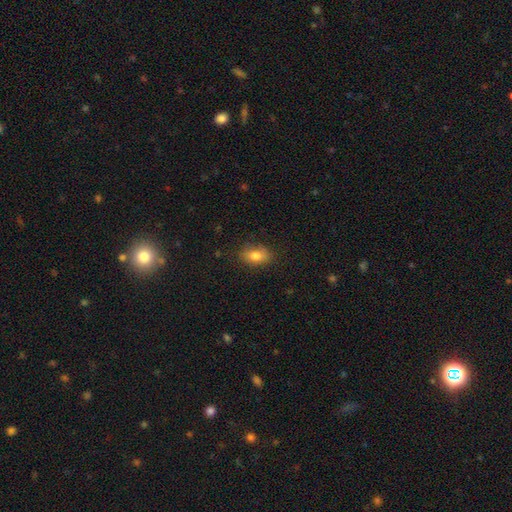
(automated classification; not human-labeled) This is clearly a smooth galaxy (81%). How rounded: clearly in between (81%). Merging: likely none (79%).